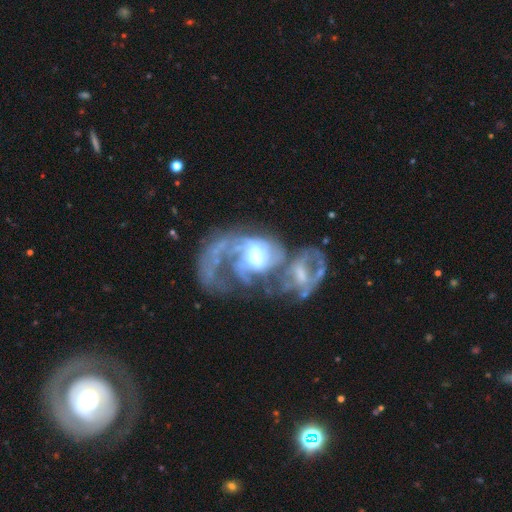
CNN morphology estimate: A featured or disk galaxy (81%) with a weak bar (39%), medium (39%) spiral arms (79%) and a moderate central bulge (44%). Merging: merger (51%).